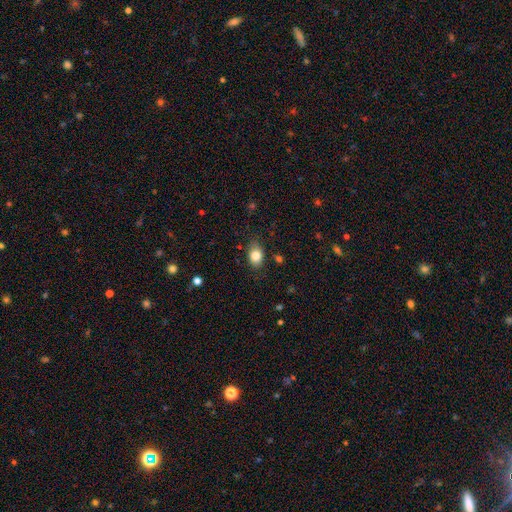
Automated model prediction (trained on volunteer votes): This appears to be a smooth galaxy with no disk features (84%) that is in between round and cigar-shaped (75%). Merging: none (77%).